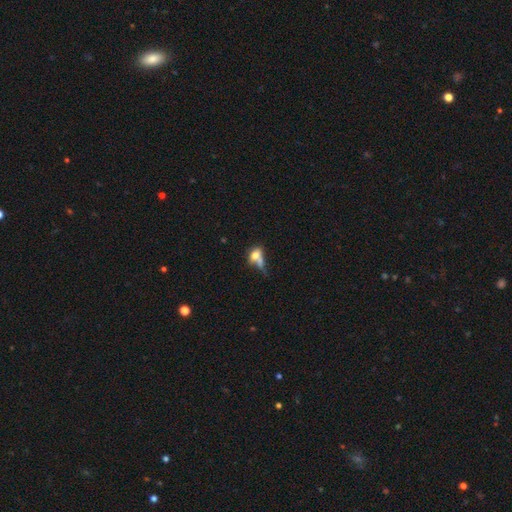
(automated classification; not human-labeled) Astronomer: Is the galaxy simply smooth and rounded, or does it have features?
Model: smooth — 65%.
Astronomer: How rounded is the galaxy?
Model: in between — 63%.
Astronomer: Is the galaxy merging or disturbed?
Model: merger — 40% (runner-up: none, 25%).